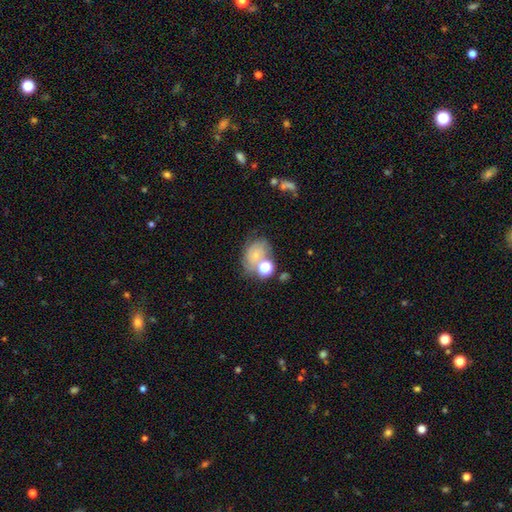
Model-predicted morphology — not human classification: A smooth galaxy with no disk features (49%).

Vote fractions:
- Smooth or featured? smooth: 49% / featured or disk: 34% / star or artifact: 17%
- Merging? none: 43% / merger: 25% / minor disturbance: 19% / major disturbance: 13%